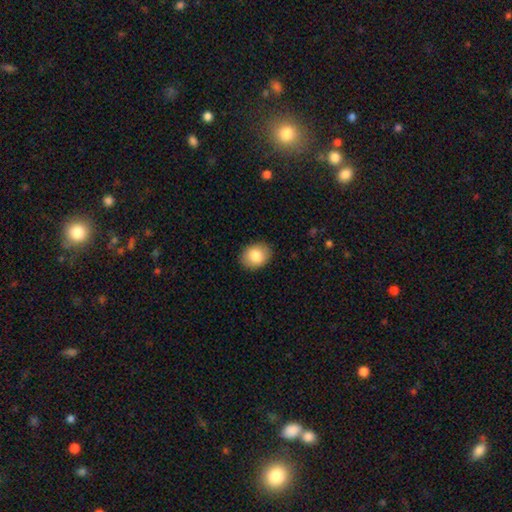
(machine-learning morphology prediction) Smooth or featured: smooth — 84% (featured or disk — 8%)
How rounded: in between — 59% (round — 40%)
Merging: none — 89% (minor disturbance — 8%)